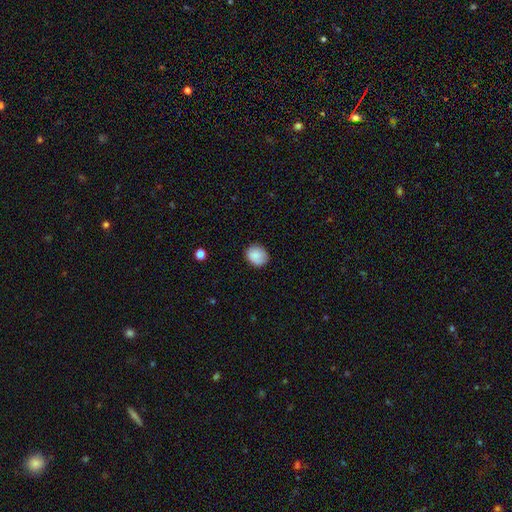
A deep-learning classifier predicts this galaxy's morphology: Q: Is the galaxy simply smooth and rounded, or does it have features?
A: smooth — 86%.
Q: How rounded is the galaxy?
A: round — 65%.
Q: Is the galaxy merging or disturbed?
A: none — 79%.